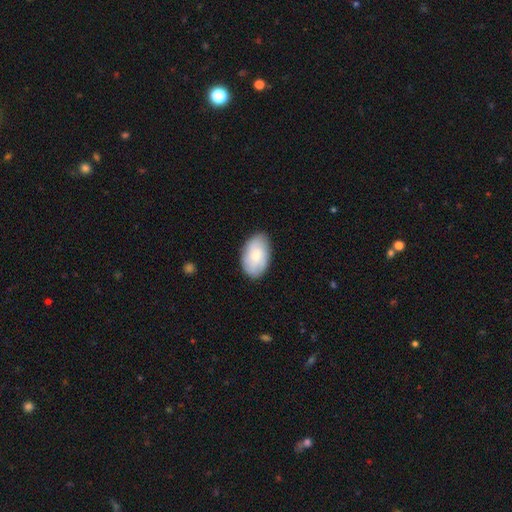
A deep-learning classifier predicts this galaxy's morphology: smooth-or-featured: smooth: 72% | featured or disk: 22% | star or artifact: 6%
  how-rounded: in between: 91% | round: 8% | cigar-shaped: 1%
  merging: none: 83% | minor disturbance: 13% | major disturbance: 3% | merger: 1%